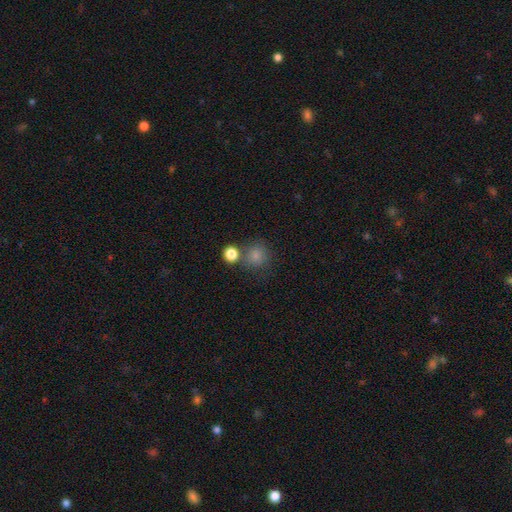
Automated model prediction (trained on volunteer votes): The model was most divided on "merging": none: 67%, merger: 16%, minor disturbance: 12%, major disturbance: 5%. More confident: how rounded — round (86%); smooth or featured — smooth (81%).